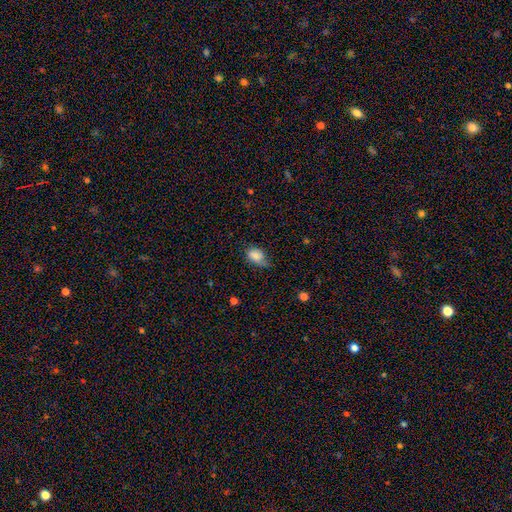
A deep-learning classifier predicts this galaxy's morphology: A smooth galaxy with no disk features (81%) that is in between round and cigar-shaped (82%). Merging: none (46%).